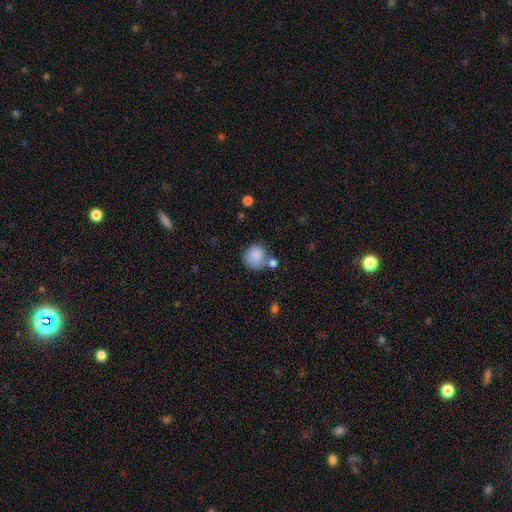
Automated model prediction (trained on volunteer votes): This is clearly a smooth galaxy (85%). How rounded: clearly round (83%). Merging: possibly none (56%).